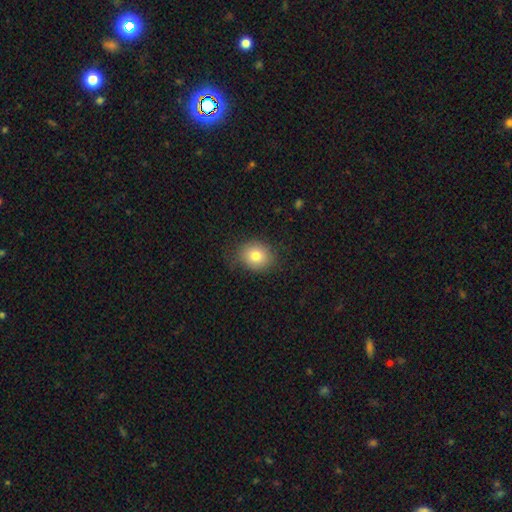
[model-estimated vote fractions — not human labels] smooth_or_featured: smooth (p=0.80) [alt: featured or disk p=0.10]
how_rounded: round (p=0.61) [alt: in between p=0.38]
merging: none (p=0.81) [alt: minor disturbance p=0.14]